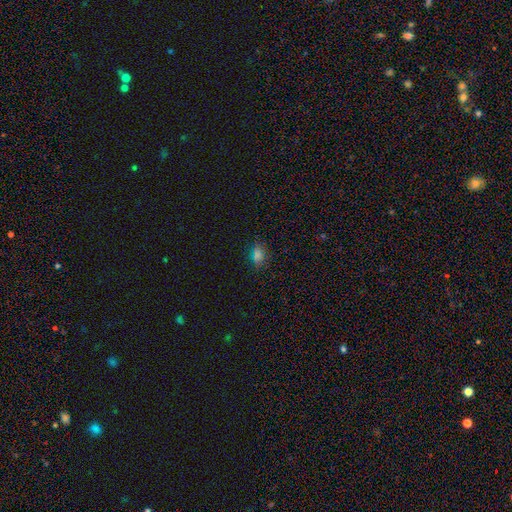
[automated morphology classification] smooth 70%, star or artifact 24%, featured or disk 6%. Down the decision tree: how rounded — in between (78%); merging — none (83%).